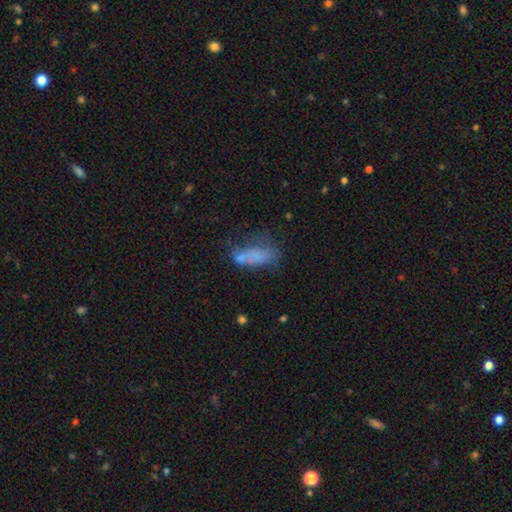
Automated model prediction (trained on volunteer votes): Smooth or featured? Predicted: smooth (p=0.62). How rounded? Predicted: in between (p=0.79). Merging? Predicted: none (p=0.28).